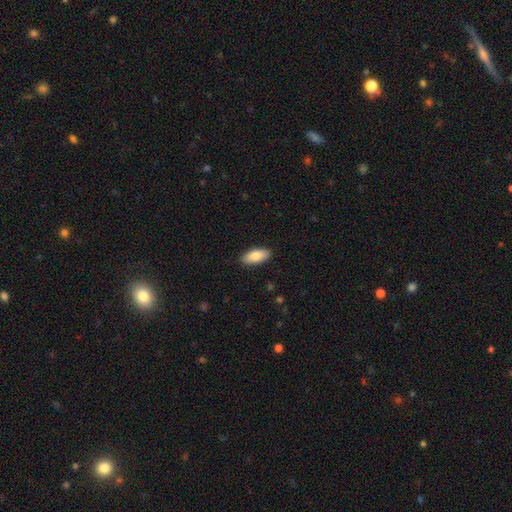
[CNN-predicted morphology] Smooth or featured?
  - smooth: 82% *
  - featured or disk: 12%
  - star or artifact: 6%
How rounded?
  - in between: 87% *
  - cigar-shaped: 11%
  - round: 2%
Merging?
  - none: 89% *
  - minor disturbance: 8%
  - major disturbance: 2%
  - merger: 1%